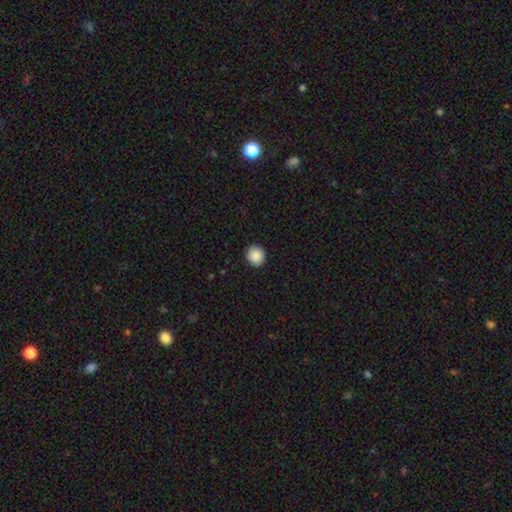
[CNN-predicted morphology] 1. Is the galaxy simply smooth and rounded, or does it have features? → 88% smooth, 8% star or artifact, 3% featured or disk.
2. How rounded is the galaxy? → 90% round, 9% in between, 1% cigar-shaped.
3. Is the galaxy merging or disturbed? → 91% none, 6% minor disturbance, 2% major disturbance, 1% merger.